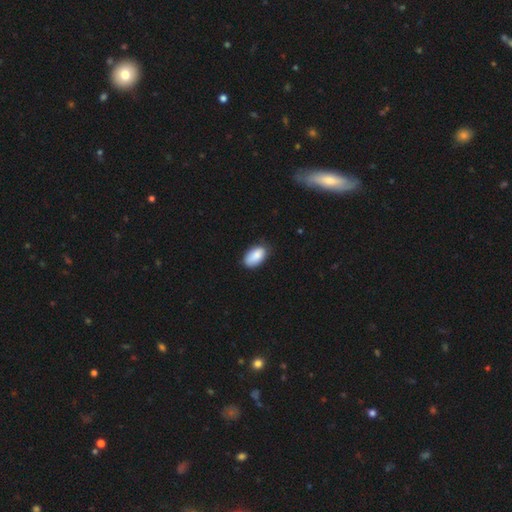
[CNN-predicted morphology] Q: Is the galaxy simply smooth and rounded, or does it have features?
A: smooth — 88%.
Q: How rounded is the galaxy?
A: in between — 94%.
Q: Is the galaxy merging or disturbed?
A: none — 74%.